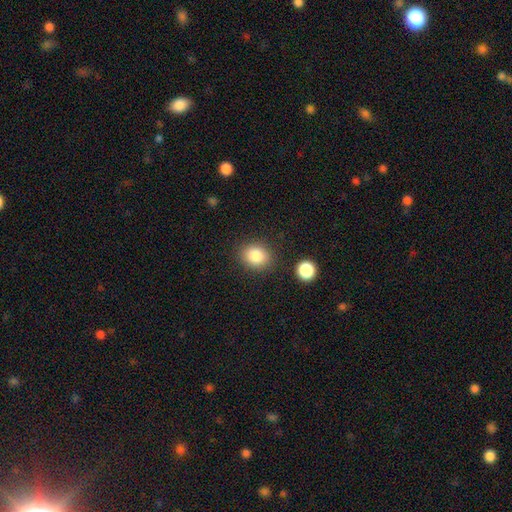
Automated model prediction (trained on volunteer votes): A smooth galaxy with no disk features (85%) that is round (59%). Merging: none (83%).